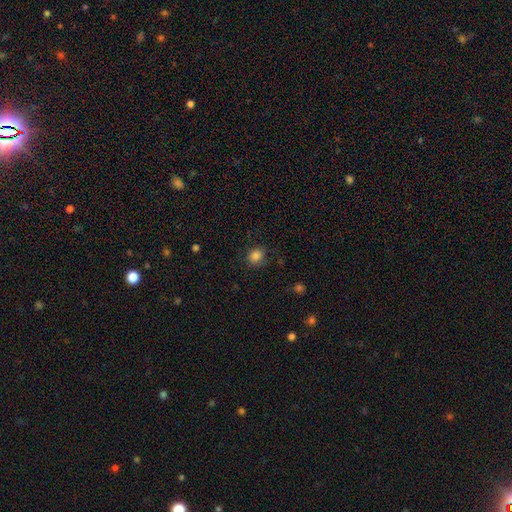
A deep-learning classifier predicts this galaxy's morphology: smooth-or-featured: smooth: 85% | star or artifact: 11% | featured or disk: 4%
  how-rounded: round: 70% | in between: 29% | cigar-shaped: 1%
  merging: none: 80% | minor disturbance: 14% | major disturbance: 4% | merger: 1%